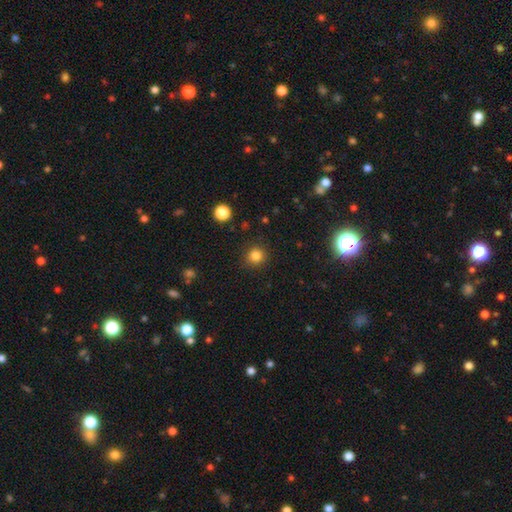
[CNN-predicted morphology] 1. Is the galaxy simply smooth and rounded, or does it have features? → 83% smooth, 13% star or artifact, 4% featured or disk.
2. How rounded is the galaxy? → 92% round, 7% in between, 1% cigar-shaped.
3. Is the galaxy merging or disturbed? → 90% none, 6% minor disturbance, 2% major disturbance, 1% merger.